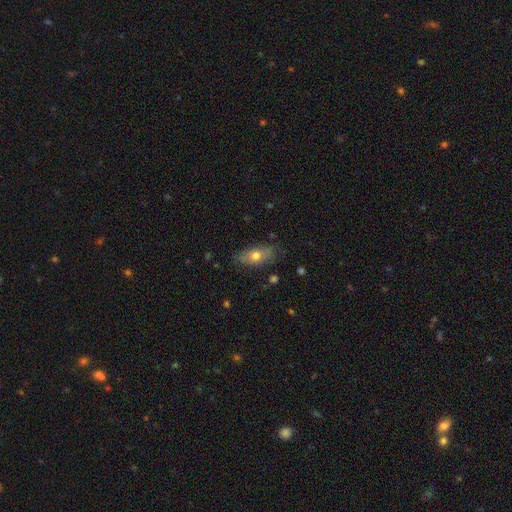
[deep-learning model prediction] The model was most divided on "smooth or featured": smooth: 63%, featured or disk: 29%, star or artifact: 8%. More confident: how rounded — in between (82%); merging — none (77%).